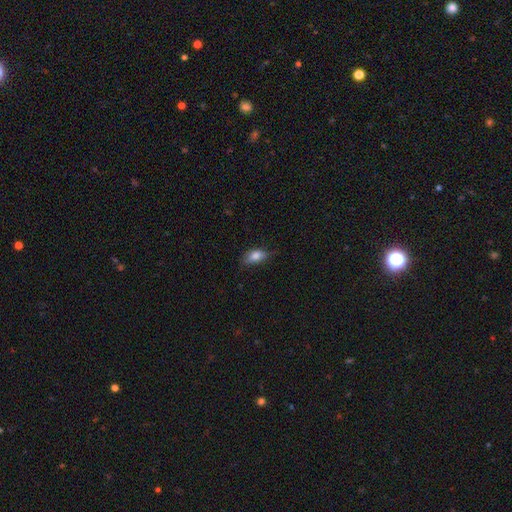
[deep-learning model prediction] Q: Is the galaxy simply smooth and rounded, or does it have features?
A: smooth — 79%.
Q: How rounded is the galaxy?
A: in between — 86%.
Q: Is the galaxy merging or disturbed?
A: none — 63%.